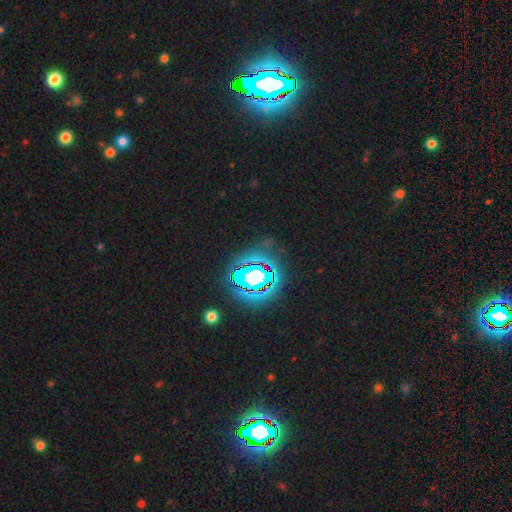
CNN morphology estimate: Smooth or featured?
  - star or artifact: 84% *
  - smooth: 9%
  - featured or disk: 7%